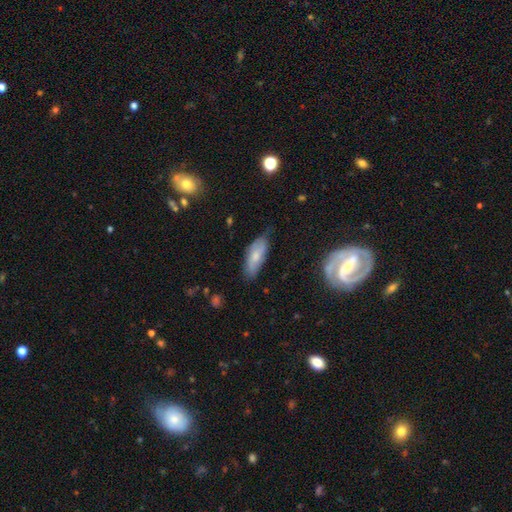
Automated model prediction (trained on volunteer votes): Overall: smooth (60%; featured or disk 33%). How rounded: in between (78%). Merging: none (62%; minor disturbance 29%).